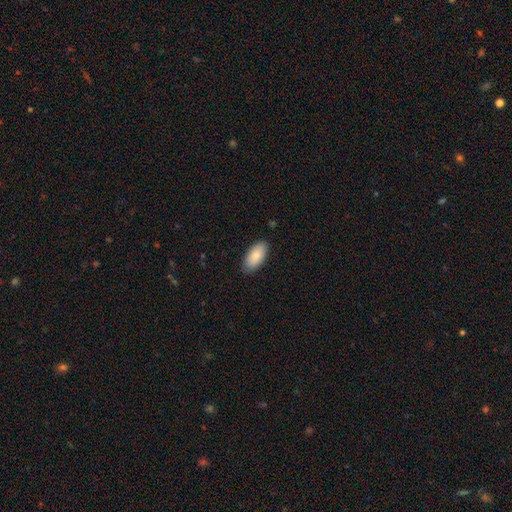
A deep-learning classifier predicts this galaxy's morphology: type=smooth (86%); roundness=in between (94%); merging=none (86%).